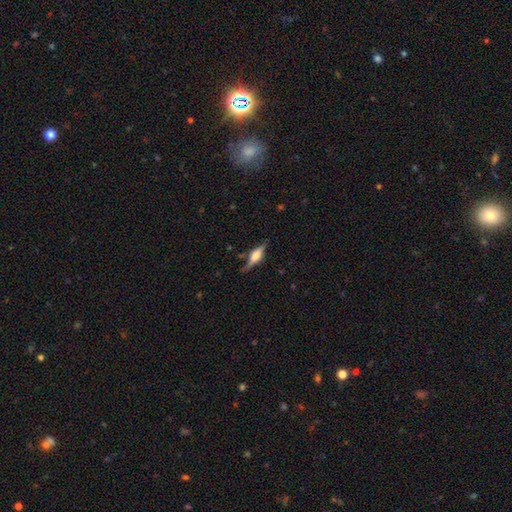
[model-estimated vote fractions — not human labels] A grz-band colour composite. It shows a featured or disk galaxy (71%) viewed edge-on (96%) with a rounded central bulge (84%). Merging: none (80%).